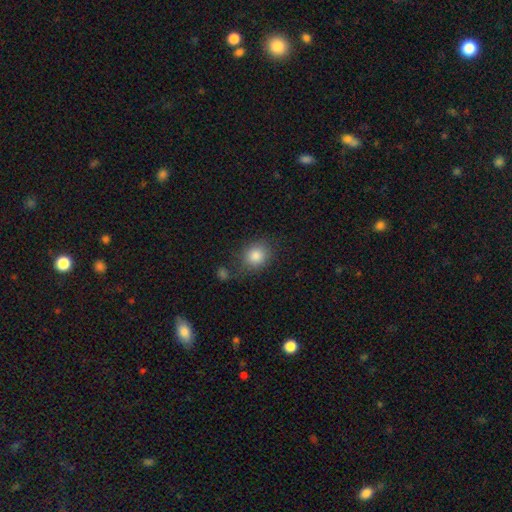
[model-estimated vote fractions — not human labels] smooth-or-featured: smooth: 84% | star or artifact: 9% | featured or disk: 7%
  how-rounded: round: 65% | in between: 34% | cigar-shaped: 1%
  merging: none: 67% | minor disturbance: 18% | major disturbance: 8% | merger: 7%